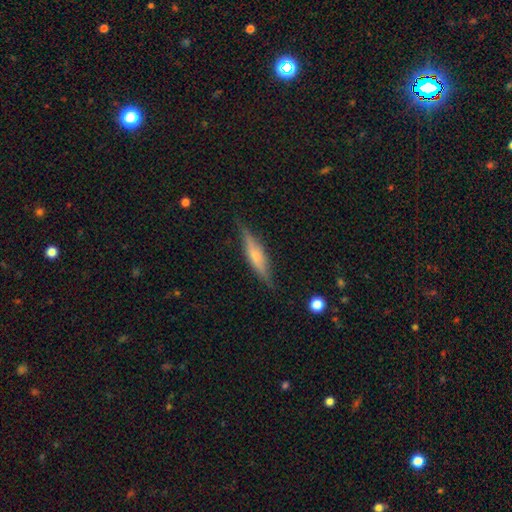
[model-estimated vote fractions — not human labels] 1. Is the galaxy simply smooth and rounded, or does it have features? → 57% featured or disk, 36% smooth, 7% star or artifact.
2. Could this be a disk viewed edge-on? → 94% yes, 6% no.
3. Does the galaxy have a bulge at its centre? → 58% rounded, 23% boxy, 20% none.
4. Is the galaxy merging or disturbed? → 82% none, 13% minor disturbance, 3% major disturbance, 1% merger.